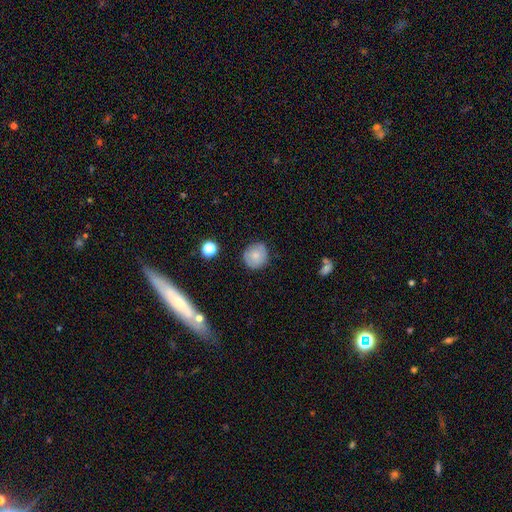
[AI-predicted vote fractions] Smooth or featured?
  - smooth: 74% *
  - featured or disk: 17%
  - star or artifact: 9%
How rounded?
  - round: 86% *
  - in between: 13%
  - cigar-shaped: 1%
Merging?
  - none: 82% *
  - minor disturbance: 14%
  - major disturbance: 3%
  - merger: 2%